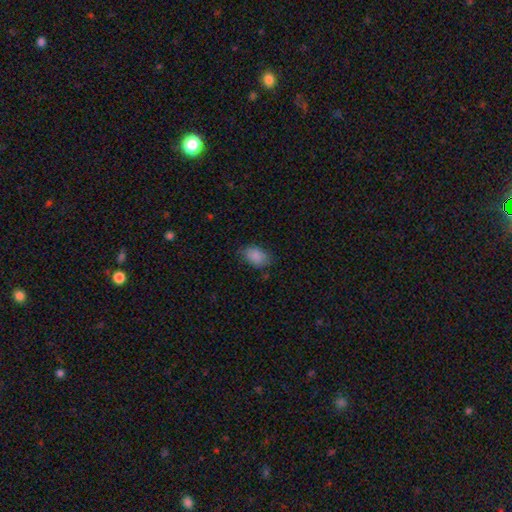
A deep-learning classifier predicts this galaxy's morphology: smooth-or-featured: smooth: 88% | star or artifact: 8% | featured or disk: 4%
  how-rounded: in between: 84% | round: 14% | cigar-shaped: 1%
  merging: none: 76% | minor disturbance: 18% | major disturbance: 4% | merger: 1%